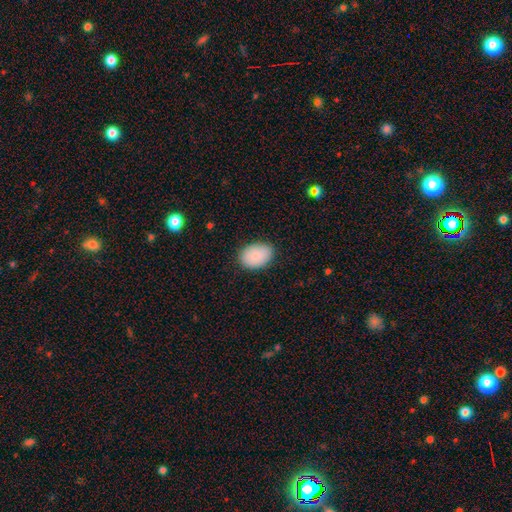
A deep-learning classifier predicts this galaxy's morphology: Overall: smooth (89%). How rounded: in between (83%). Merging: none (84%).